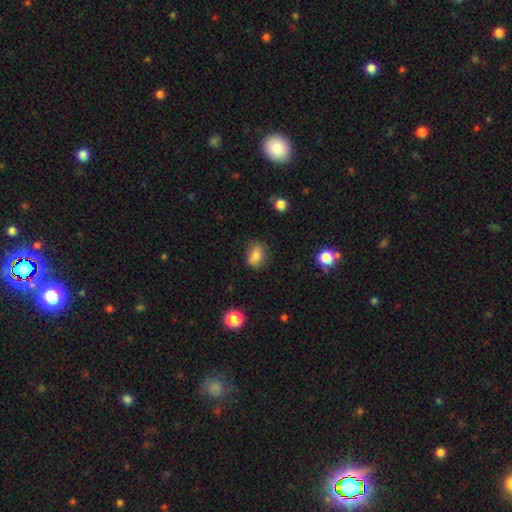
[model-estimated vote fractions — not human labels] Q: Smooth or featured?
A: smooth (80%); runner-up: star or artifact (10%)
Q: How rounded?
A: in between (60%); runner-up: round (39%)
Q: Merging?
A: none (75%); runner-up: minor disturbance (19%)